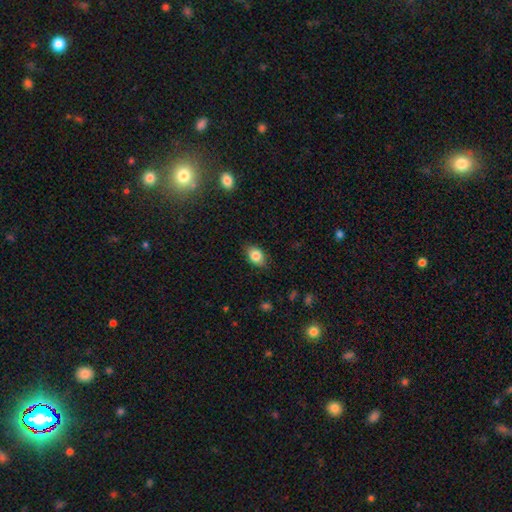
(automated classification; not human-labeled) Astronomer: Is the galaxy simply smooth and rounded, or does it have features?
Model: smooth — 83%.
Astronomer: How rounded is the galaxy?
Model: in between — 82%.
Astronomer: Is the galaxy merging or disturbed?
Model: none — 84%.